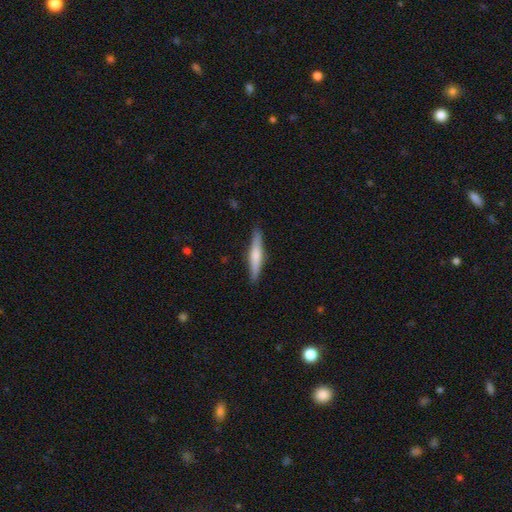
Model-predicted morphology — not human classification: Smooth or featured: smooth — 55% (featured or disk — 40%)
How rounded: cigar-shaped — 90% (in between — 9%)
Merging: none — 89% (minor disturbance — 8%)